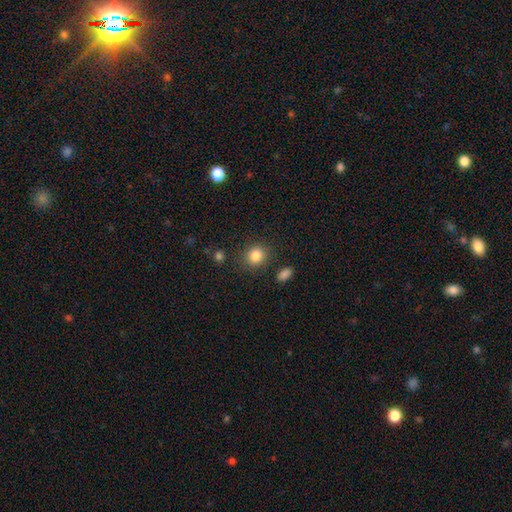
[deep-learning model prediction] Q: Smooth or featured?
A: smooth (85%); runner-up: star or artifact (10%)
Q: How rounded?
A: round (75%); runner-up: in between (24%)
Q: Merging?
A: none (84%); runner-up: minor disturbance (10%)